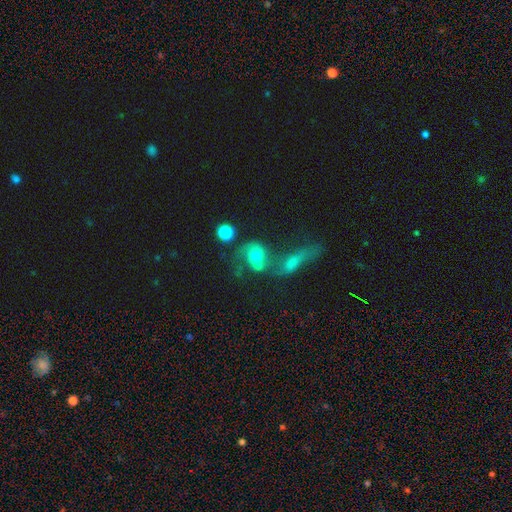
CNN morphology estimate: The model was most divided on "smooth or featured": smooth: 45%, featured or disk: 42%, star or artifact: 13%. More confident: merging — merger (56%).